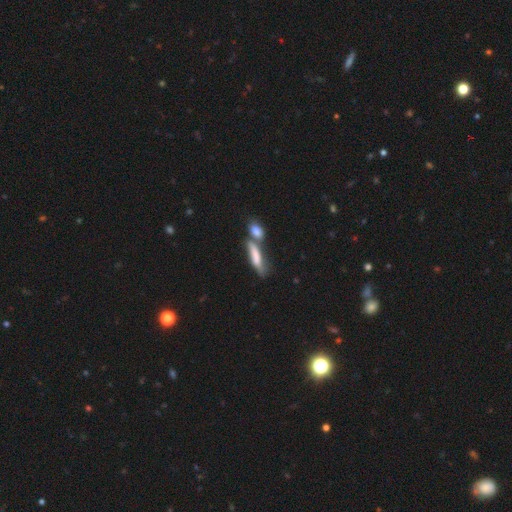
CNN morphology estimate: Smooth or featured? smooth (69%)
How rounded? cigar-shaped (61%)
Merging? merger (54%)